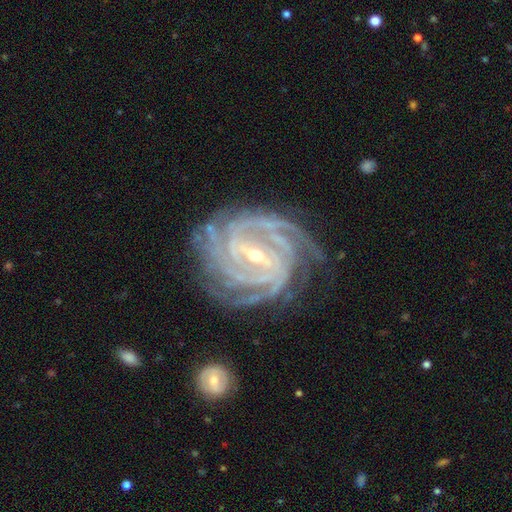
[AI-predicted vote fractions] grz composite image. It shows a featured or disk galaxy (93%) with a strong bar (46%), 4 (36%) tight (79%) spiral arms (99%) and a small central bulge (61%). Merging: none (76%).